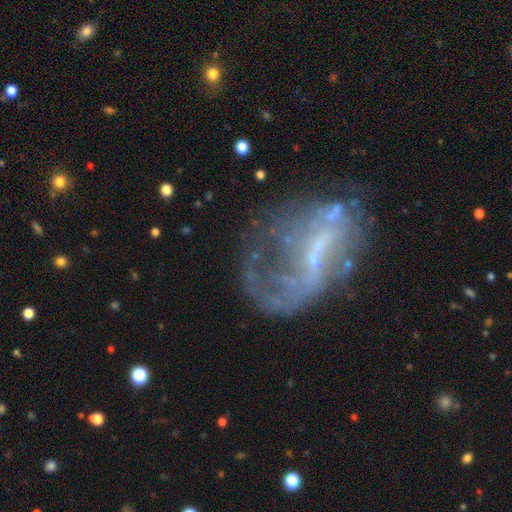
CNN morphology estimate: This appears to be a featured or disk galaxy (68%) with a weak bar (39%), no spiral arms (52%) and no central bulge (44%). Merging: major disturbance (38%).